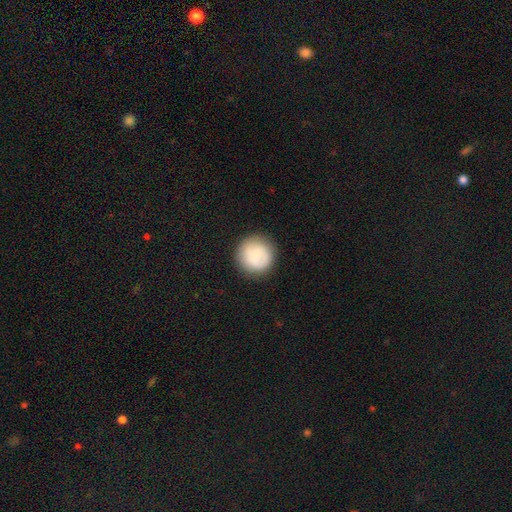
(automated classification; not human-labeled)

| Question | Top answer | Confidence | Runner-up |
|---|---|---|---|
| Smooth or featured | smooth | 80% | featured or disk (14%) |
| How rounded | round | 94% | in between (5%) |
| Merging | none | 86% | minor disturbance (10%) |